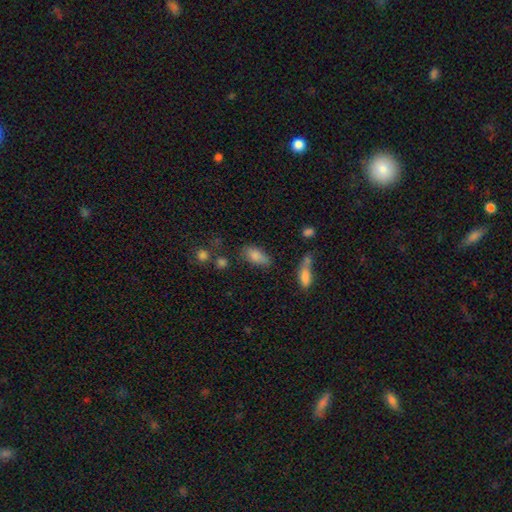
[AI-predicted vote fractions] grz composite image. It shows a smooth galaxy with no disk features (81%) that is in between round and cigar-shaped (85%). Merging: none (55%).